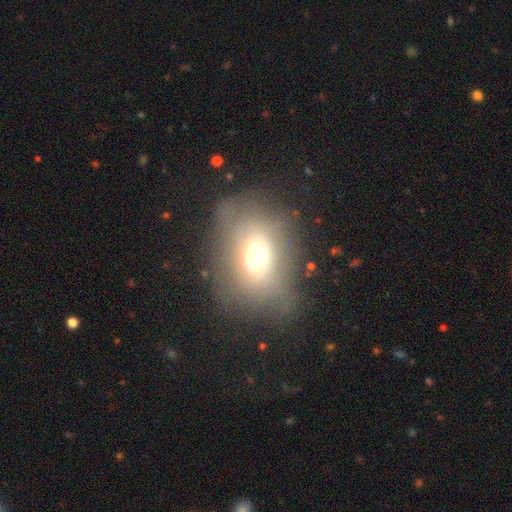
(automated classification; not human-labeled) Q: Smooth or featured?
A: smooth (44%); runner-up: featured or disk (42%)
Q: Merging?
A: none (54%); runner-up: minor disturbance (25%)